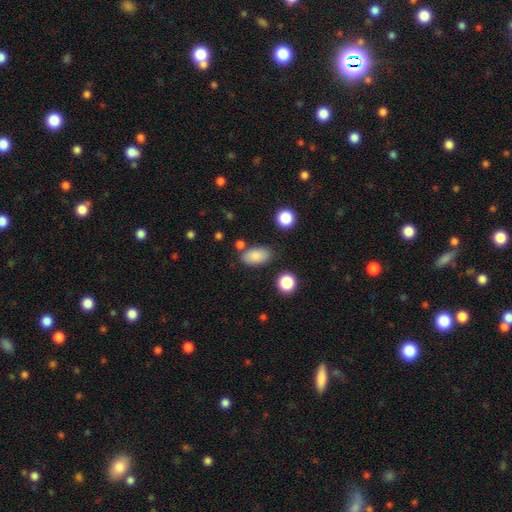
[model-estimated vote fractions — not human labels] Q: Smooth or featured?
A: smooth (84%); runner-up: star or artifact (9%)
Q: How rounded?
A: in between (91%); runner-up: round (6%)
Q: Merging?
A: none (78%); runner-up: minor disturbance (13%)